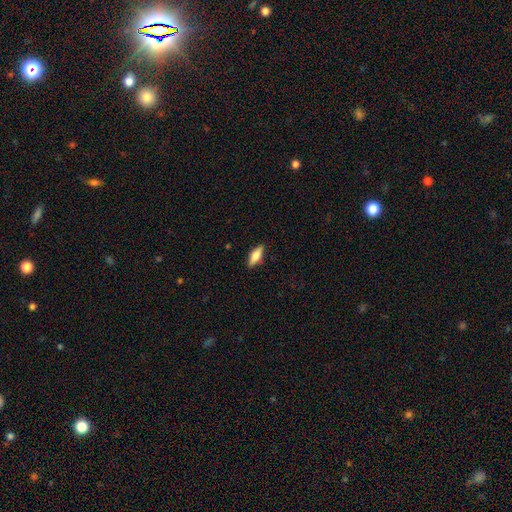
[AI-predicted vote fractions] This appears to be a smooth galaxy with no disk features (62%) that is in between round and cigar-shaped (64%). Merging: none (87%).